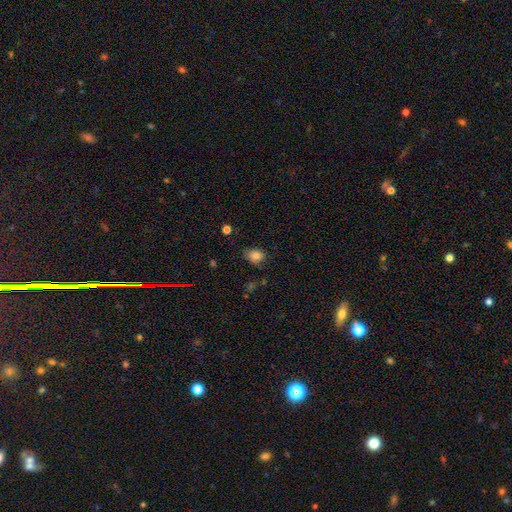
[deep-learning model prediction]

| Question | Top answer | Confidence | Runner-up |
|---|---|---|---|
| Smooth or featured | smooth | 80% | star or artifact (12%) |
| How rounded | in between | 58% | round (41%) |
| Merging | none | 72% | minor disturbance (22%) |